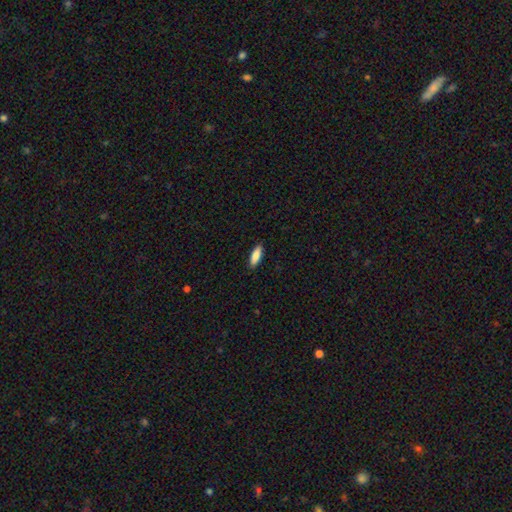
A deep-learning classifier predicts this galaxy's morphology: type=smooth (87%); roundness=in between (60%); merging=none (89%).